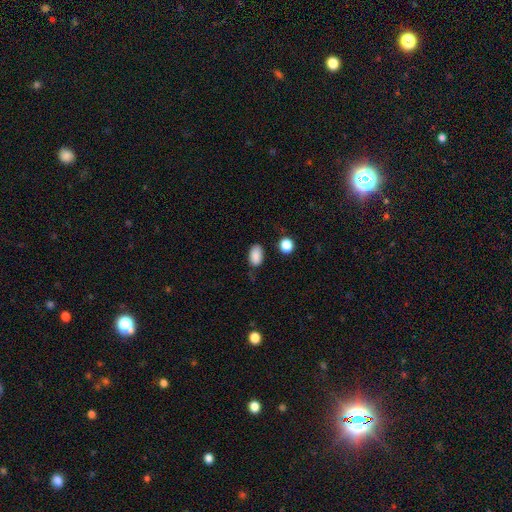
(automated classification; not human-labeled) Smooth or featured: smooth — 88% (star or artifact — 8%)
How rounded: in between — 90% (round — 8%)
Merging: none — 77% (minor disturbance — 17%)